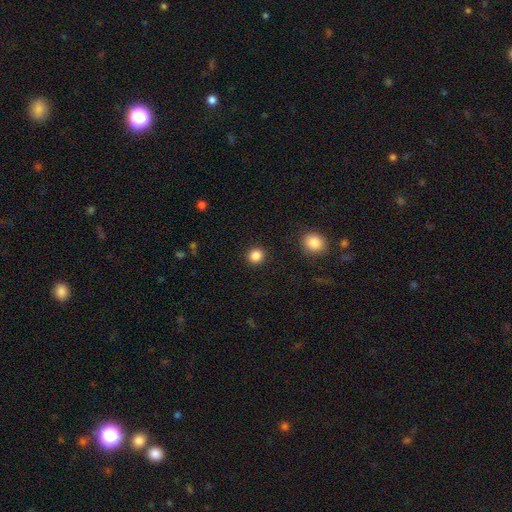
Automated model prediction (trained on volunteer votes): Q: Smooth or featured?
A: smooth (86%); runner-up: star or artifact (11%)
Q: How rounded?
A: round (89%); runner-up: in between (10%)
Q: Merging?
A: none (92%); runner-up: minor disturbance (5%)